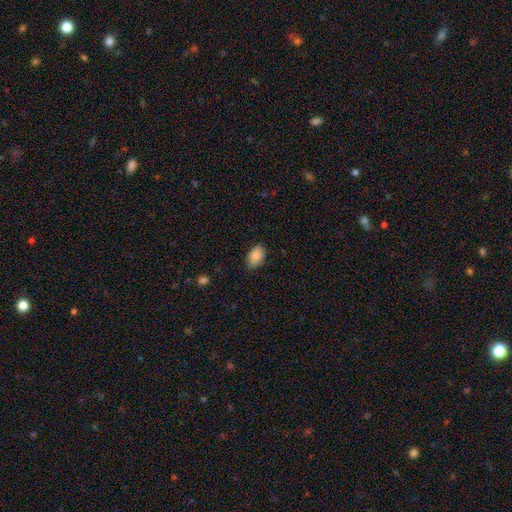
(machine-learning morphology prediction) This appears to be a smooth galaxy with no disk features (88%) that is in between round and cigar-shaped (91%). Merging: none (85%).